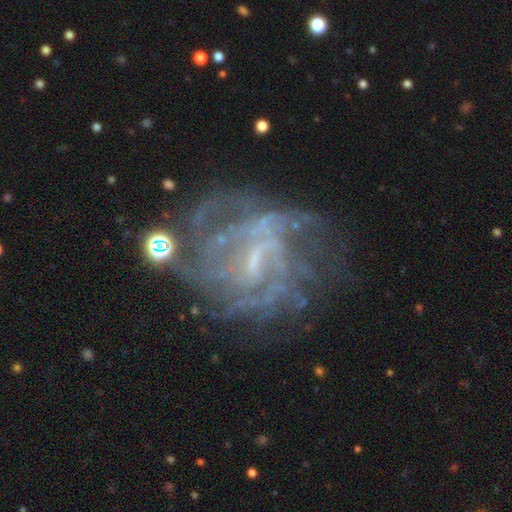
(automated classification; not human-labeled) Smooth or featured?
  - featured or disk: 81% *
  - star or artifact: 11%
  - smooth: 8%
Edge-on disk?
  - no: 98% *
  - yes: 2%
Bar?
  - weak: 55% *
  - no: 24%
  - strong: 21%
Spiral arms?
  - yes: 82% *
  - no: 18%
Spiral winding?
  - tight: 46% *
  - medium: 38%
  - loose: 17%
Spiral arm count?
  - can't tell: 46% *
  - 4: 15%
  - 3: 13%
  - 2: 12%
  - more than 4: 8%
  - 1: 6%
Bulge size?
  - small: 51% *
  - none: 30%
  - moderate: 16%
  - large: 1%
  - dominant: 1%
Merging?
  - none: 54% *
  - major disturbance: 22%
  - minor disturbance: 18%
  - merger: 5%